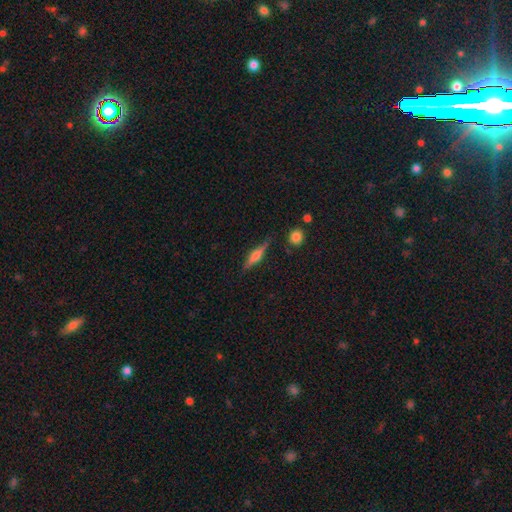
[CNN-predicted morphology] type=featured or disk (58%); edge-on=yes (96%); edge-on bulge=rounded (78%); merging=none (83%).